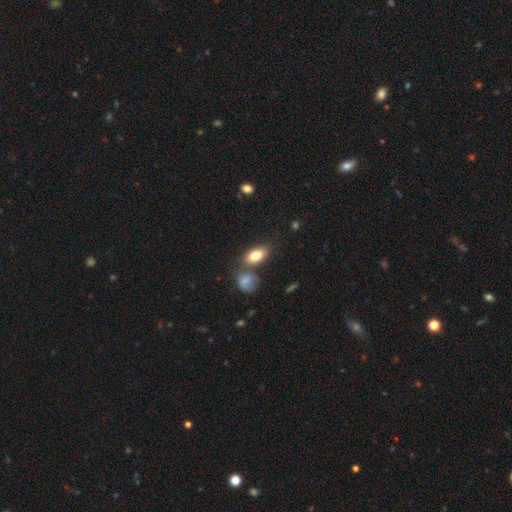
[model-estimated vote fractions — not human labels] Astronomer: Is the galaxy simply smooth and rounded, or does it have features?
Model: smooth — 80%.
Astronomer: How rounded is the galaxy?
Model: in between — 87%.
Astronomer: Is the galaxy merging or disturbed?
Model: none — 64%.